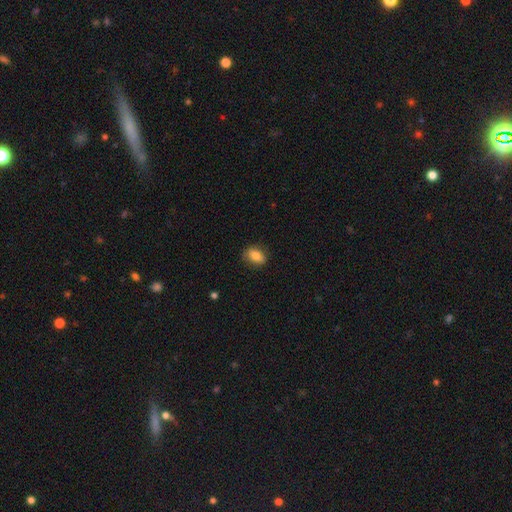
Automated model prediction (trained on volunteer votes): A smooth galaxy with no disk features (81%) that is in between round and cigar-shaped (79%). Merging: none (84%).